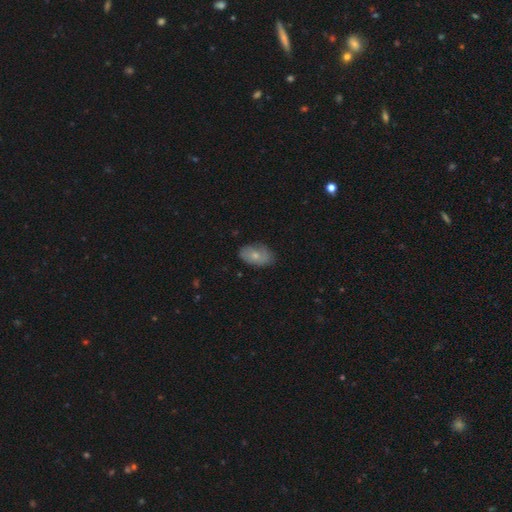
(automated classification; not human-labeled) This appears to be a smooth galaxy with no disk features (69%) that is in between round and cigar-shaped (89%). Merging: none (72%).